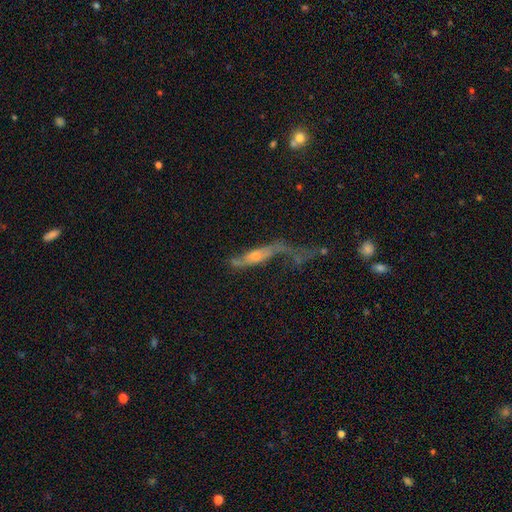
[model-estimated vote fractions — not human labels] Q: Smooth or featured?
A: featured or disk (69%); runner-up: smooth (22%)
Q: Edge-on disk?
A: no (58%); runner-up: yes (42%)
Q: Merging?
A: major disturbance (40%); runner-up: none (29%)